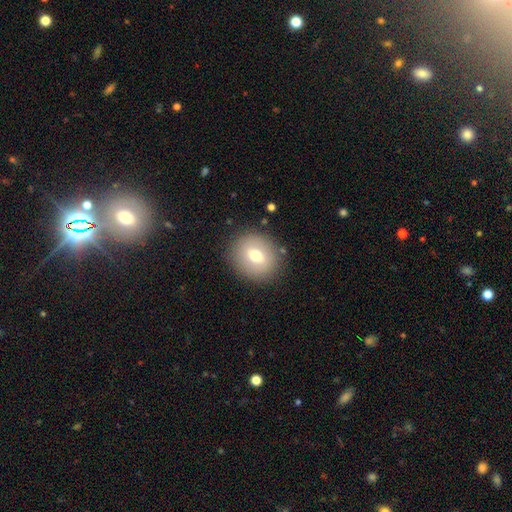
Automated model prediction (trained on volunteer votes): Q: Smooth or featured?
A: smooth (67%); runner-up: featured or disk (24%)
Q: How rounded?
A: round (75%); runner-up: in between (24%)
Q: Merging?
A: none (85%); runner-up: minor disturbance (9%)